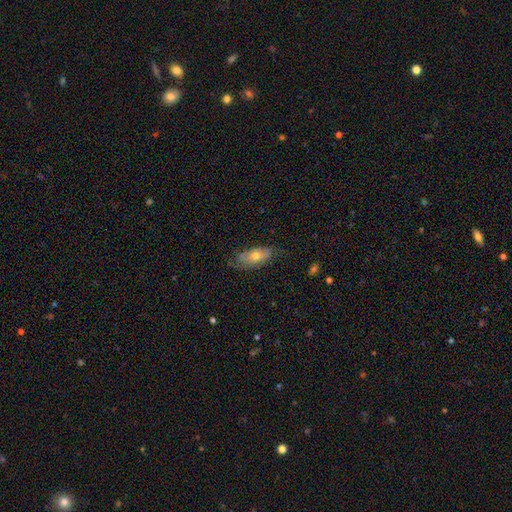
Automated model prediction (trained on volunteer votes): This appears to be a smooth galaxy with no disk features (58%) that is in between round and cigar-shaped (84%). Merging: none (66%).